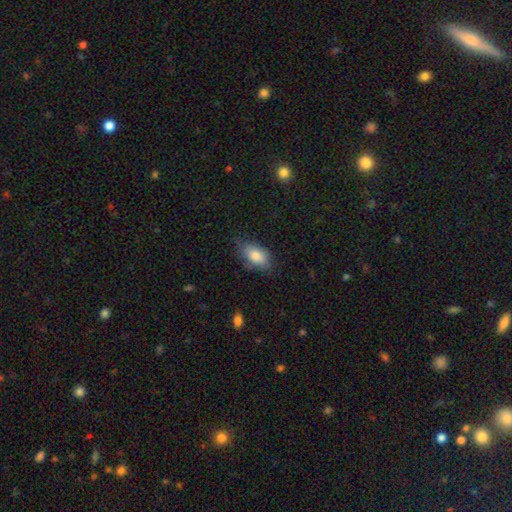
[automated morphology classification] Smooth or featured? smooth (84%)
How rounded? in between (91%)
Merging? none (65%)